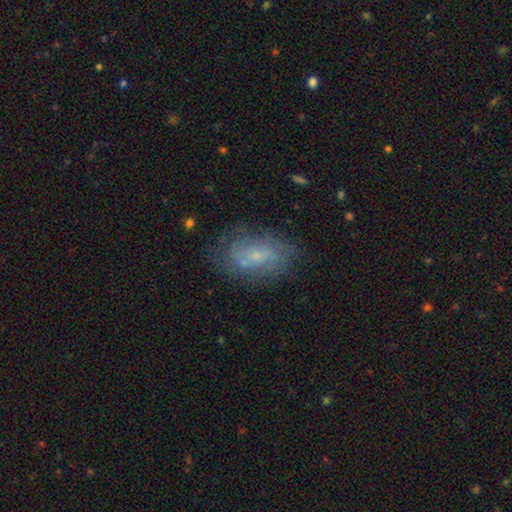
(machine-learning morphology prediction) type=featured or disk (49%); merging=none (65%).